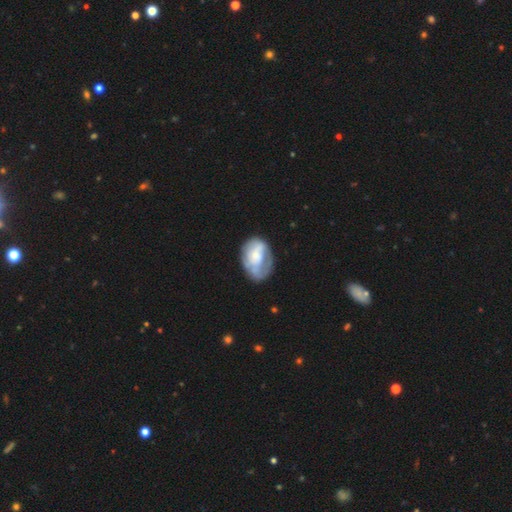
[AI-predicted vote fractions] This appears to be a smooth galaxy with no disk features (47%, tied with featured or disk). Merging: none (46%).